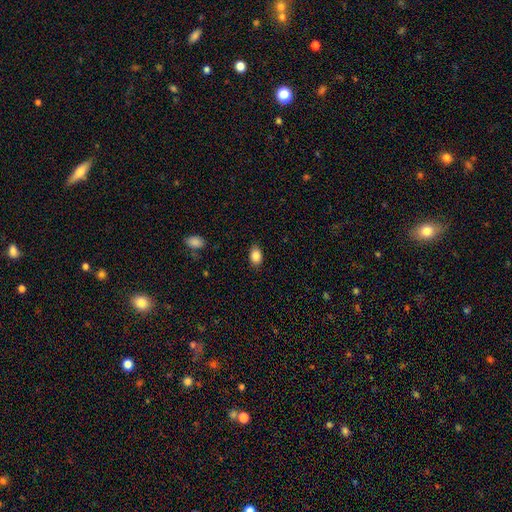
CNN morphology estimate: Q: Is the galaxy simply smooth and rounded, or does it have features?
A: smooth — 87%.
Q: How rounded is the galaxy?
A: in between — 82%.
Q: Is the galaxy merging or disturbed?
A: none — 86%.